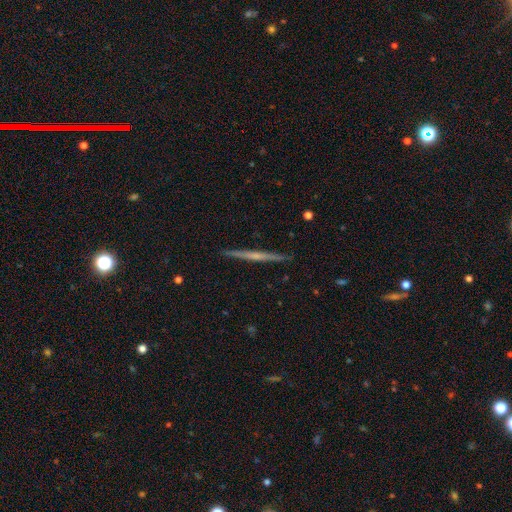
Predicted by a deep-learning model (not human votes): Morphology: type=featured or disk (71%); edge-on=yes (98%); edge-on bulge=none (49%); merging=none (92%).